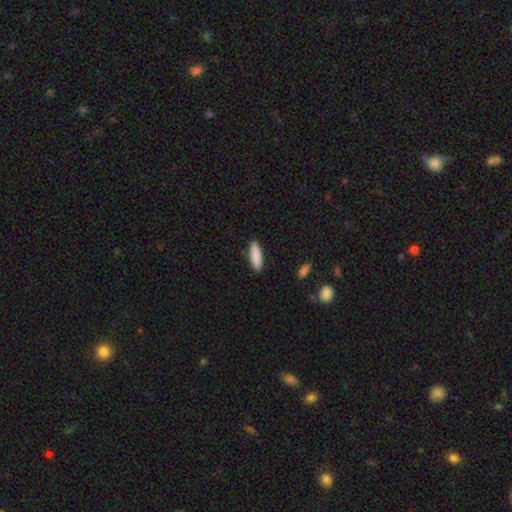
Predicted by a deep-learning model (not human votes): This is clearly a smooth galaxy (88%). How rounded: likely cigar-shaped (65%). Merging: clearly none (89%).